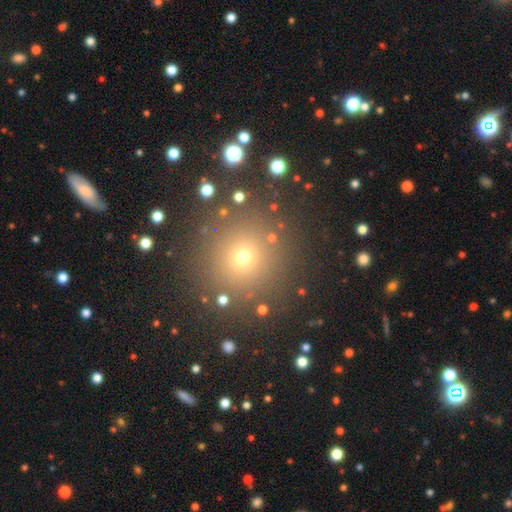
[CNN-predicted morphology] Smooth or featured? Predicted: smooth (p=0.54). How rounded? Predicted: round (p=0.94). Merging? Predicted: none (p=0.87).